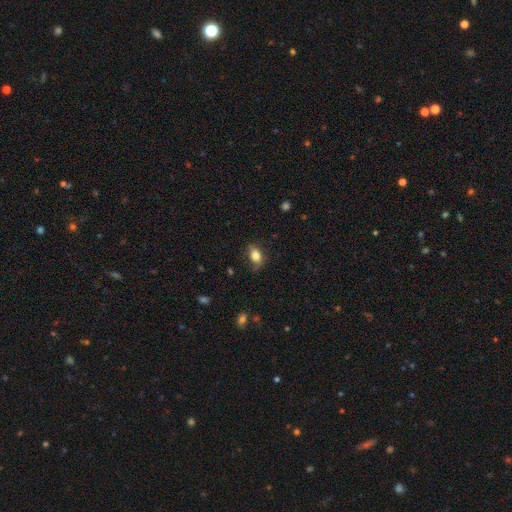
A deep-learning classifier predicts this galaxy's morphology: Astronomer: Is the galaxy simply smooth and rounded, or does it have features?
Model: smooth — 79%.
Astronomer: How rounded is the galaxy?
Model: in between — 84%.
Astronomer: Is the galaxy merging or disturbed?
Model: none — 68%.